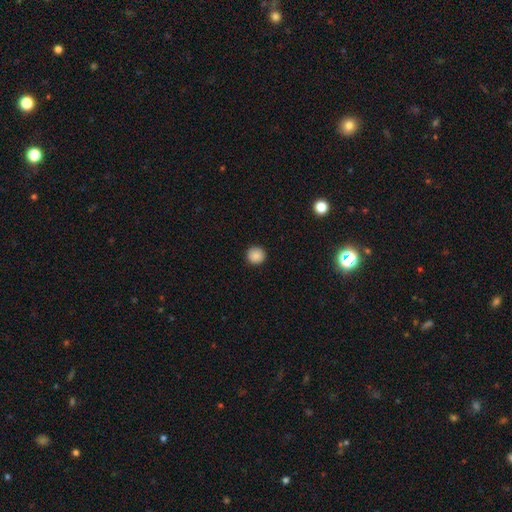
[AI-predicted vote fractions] smooth 88%, star or artifact 9%, featured or disk 3%. Down the decision tree: how rounded — round (94%); merging — none (91%).